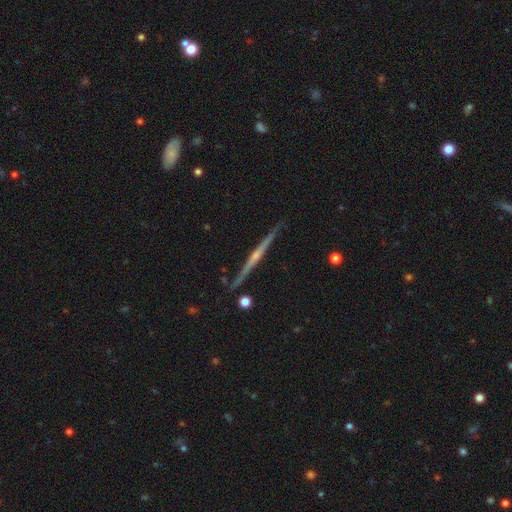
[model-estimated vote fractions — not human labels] Overall: featured or disk (79%). Edge-on disk: yes (97%). Edge-on bulge: rounded (72%). Merging: none (87%).